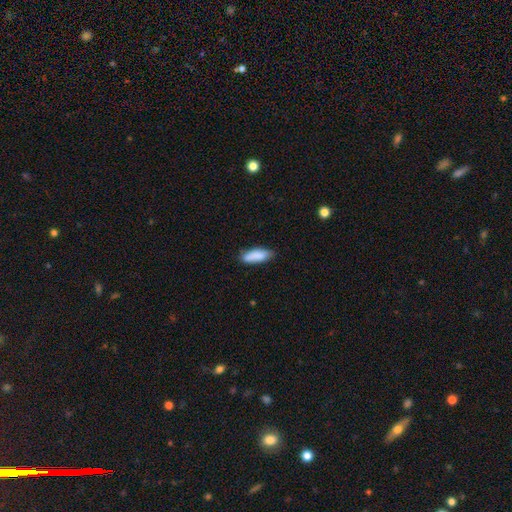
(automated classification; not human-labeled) Smooth or featured? smooth (87%)
How rounded? in between (61%)
Merging? none (80%)